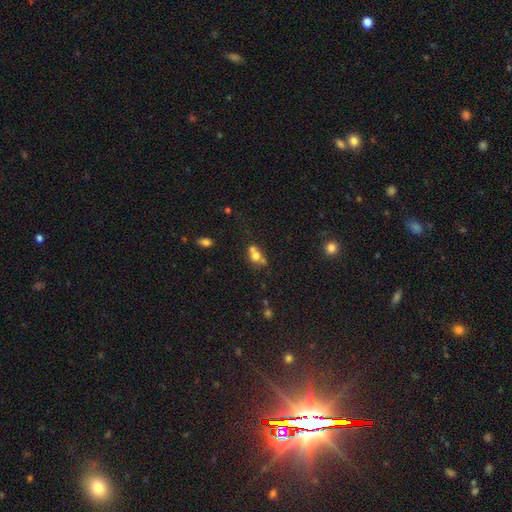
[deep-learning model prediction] A smooth galaxy with no disk features (66%) that is round (59%).

Vote fractions:
- Smooth or featured? smooth: 66% / featured or disk: 20% / star or artifact: 14%
- How rounded? round: 59% / in between: 39% / cigar-shaped: 2%
- Merging? merger: 53% / none: 32% / minor disturbance: 10% / major disturbance: 5%